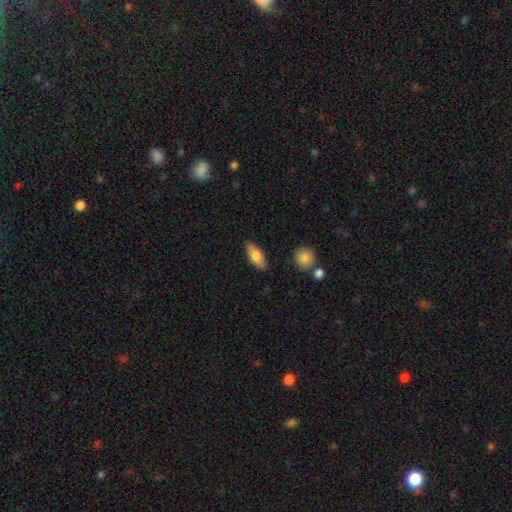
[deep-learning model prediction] This appears to be a smooth galaxy with no disk features (76%) that is in between round and cigar-shaped (77%). Merging: none (85%).